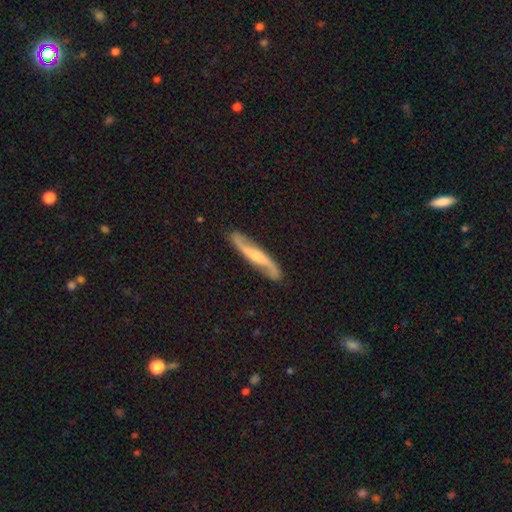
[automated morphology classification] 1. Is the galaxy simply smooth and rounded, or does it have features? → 79% featured or disk, 16% smooth, 5% star or artifact.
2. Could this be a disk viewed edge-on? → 72% no, 28% yes.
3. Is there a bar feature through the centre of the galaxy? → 39% weak, 38% no, 23% strong.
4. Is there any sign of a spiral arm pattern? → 96% yes, 4% no.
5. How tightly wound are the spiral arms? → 65% loose, 26% medium, 9% tight.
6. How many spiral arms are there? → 93% 2, 3% can't tell, 2% 1, 1% 3, 1% 4, 1% more than 4.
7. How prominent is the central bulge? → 37% moderate, 34% small, 18% none, 9% large, 2% dominant.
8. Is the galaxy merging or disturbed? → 85% none, 11% minor disturbance, 3% major disturbance, 1% merger.